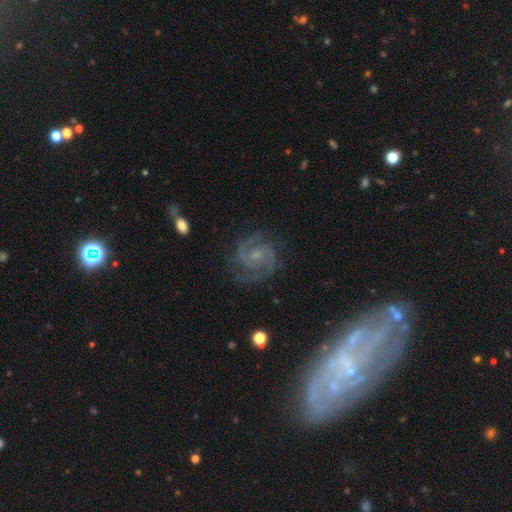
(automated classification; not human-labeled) The model was most divided on "bar": weak: 47%, no: 43%, strong: 10%. More confident: edge-on disk — no (98%); spiral arms — yes (97%); smooth or featured — featured or disk (86%); spiral arm count — 2 (78%); merging — none (77%); bulge size — small (57%); spiral winding — medium (50%).